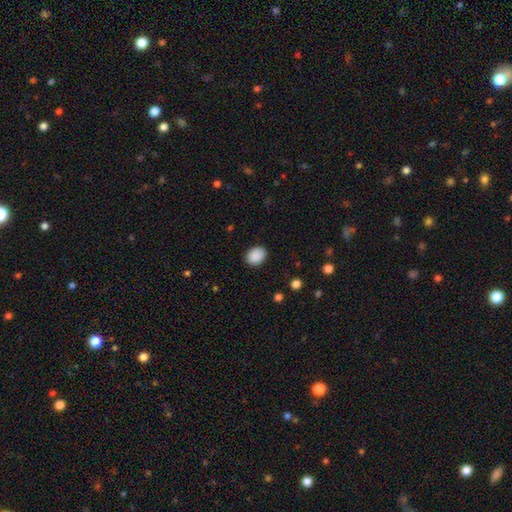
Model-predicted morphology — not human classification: This is clearly a smooth galaxy (90%). How rounded: possibly in between (59%). Merging: clearly none (88%).